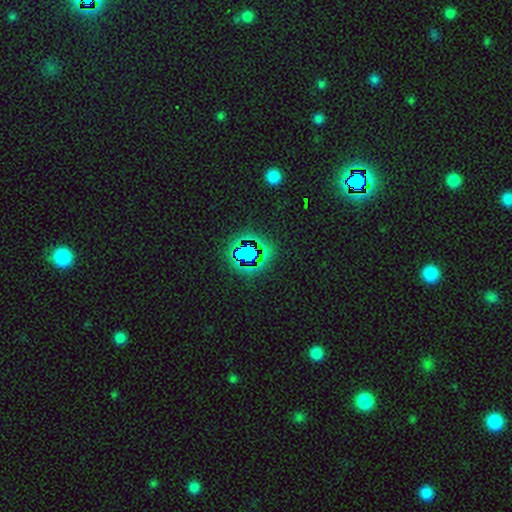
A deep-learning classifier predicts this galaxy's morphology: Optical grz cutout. It shows a star or artifact, not a galaxy (74%).